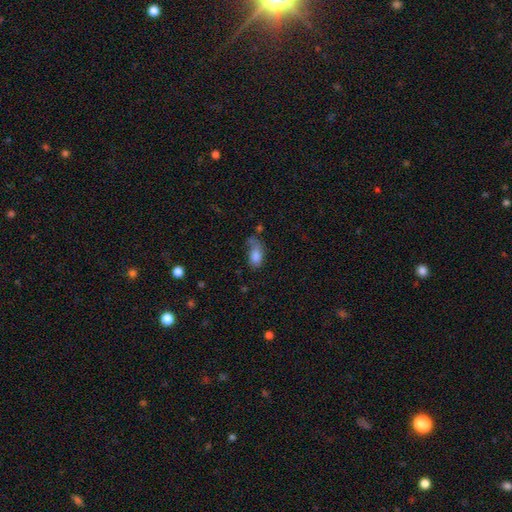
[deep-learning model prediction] A smooth galaxy with no disk features (80%) that is in between round and cigar-shaped (90%). Merging: none (34%).